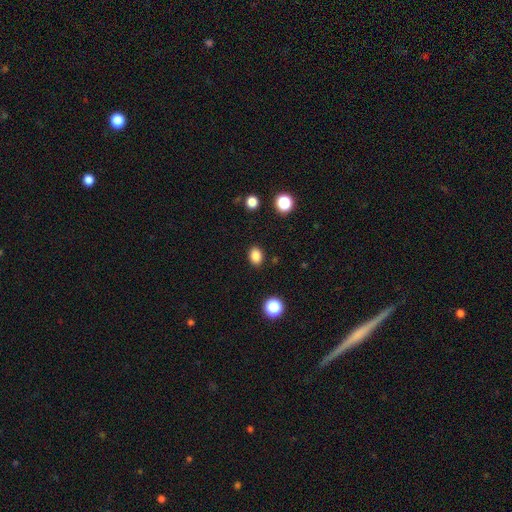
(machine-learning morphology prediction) A smooth galaxy with no disk features (85%) that is in between round and cigar-shaped (64%).

Vote fractions:
- Smooth or featured? smooth: 85% / star or artifact: 11% / featured or disk: 4%
- How rounded? in between: 64% / round: 35% / cigar-shaped: 1%
- Merging? none: 88% / minor disturbance: 8% / major disturbance: 2% / merger: 1%